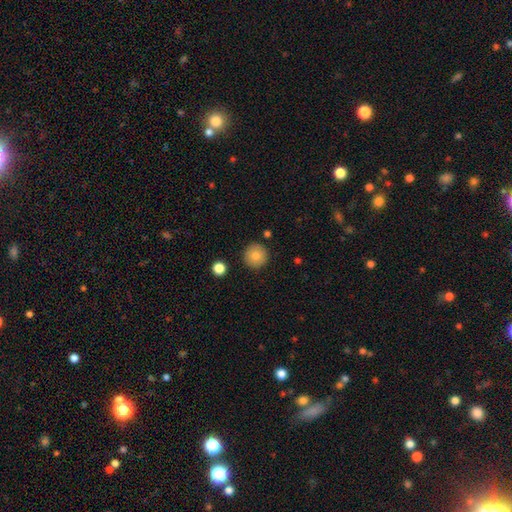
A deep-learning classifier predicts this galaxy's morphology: Q: Smooth or featured?
A: smooth (82%); runner-up: featured or disk (10%)
Q: How rounded?
A: round (95%); runner-up: in between (4%)
Q: Merging?
A: none (90%); runner-up: minor disturbance (6%)